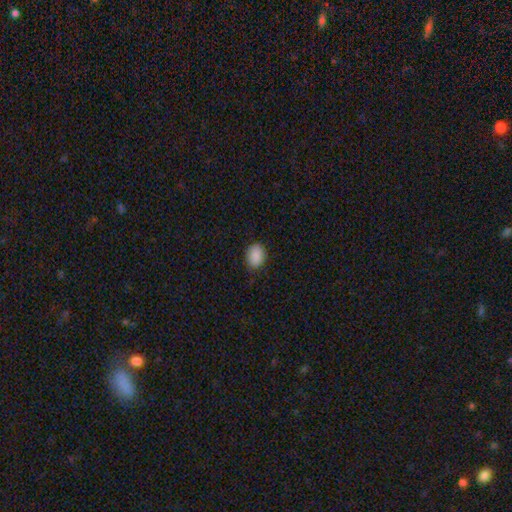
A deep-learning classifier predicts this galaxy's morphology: Smooth or featured: smooth — 89% (star or artifact — 8%)
How rounded: in between — 67% (round — 32%)
Merging: none — 81% (minor disturbance — 15%)